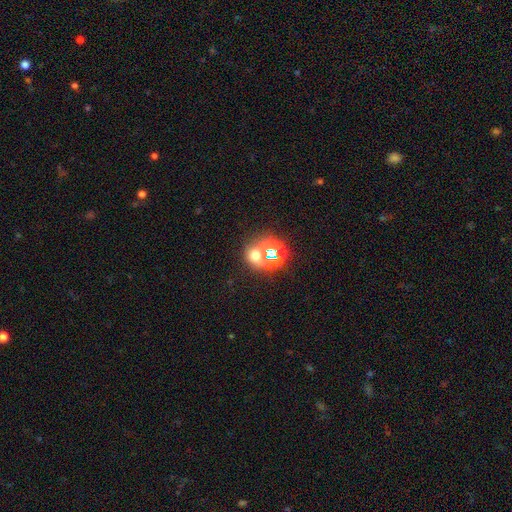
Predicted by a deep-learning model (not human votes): This appears to be a smooth galaxy with no disk features (50%) that is round (78%). Merging: none (57%).